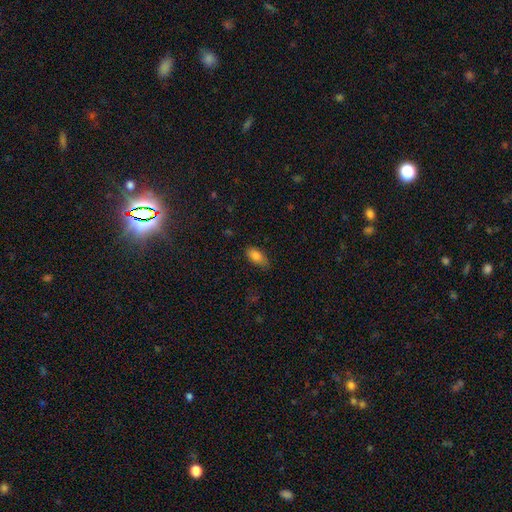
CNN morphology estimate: smooth 83%, star or artifact 9%, featured or disk 8%. Down the decision tree: how rounded — in between (88%); merging — none (69%).